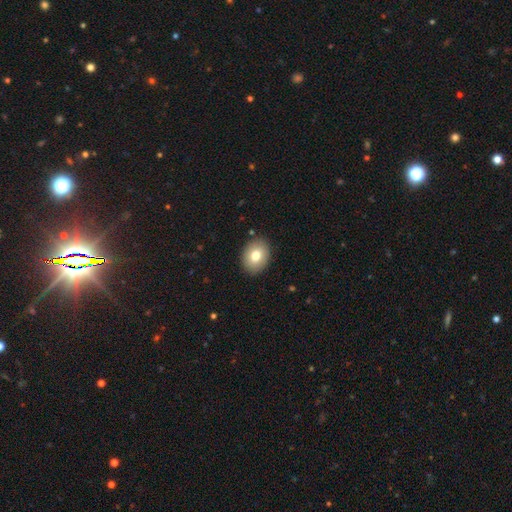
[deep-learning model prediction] This appears to be a smooth galaxy with no disk features (77%) that is in between round and cigar-shaped (60%). Merging: none (89%).